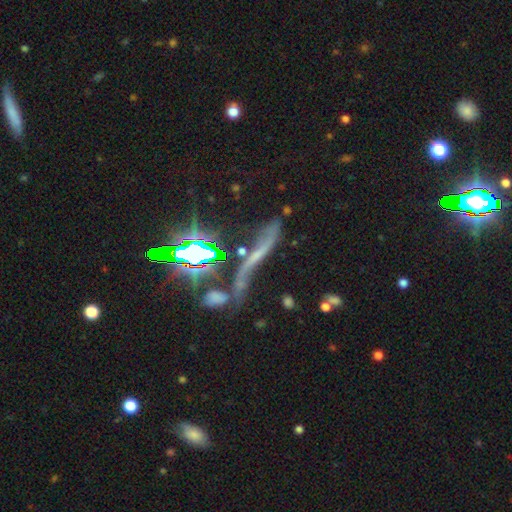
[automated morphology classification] type=featured or disk (45%); merging=none (41%).